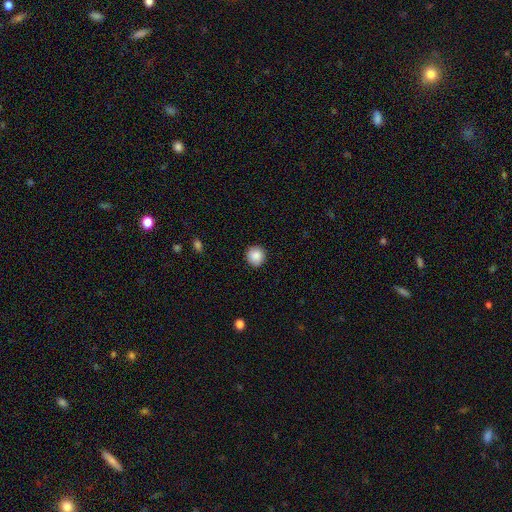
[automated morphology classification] smooth-or-featured: smooth: 88% | star or artifact: 9% | featured or disk: 4%
  how-rounded: round: 93% | in between: 6% | cigar-shaped: 1%
  merging: none: 90% | minor disturbance: 7% | major disturbance: 2% | merger: 1%